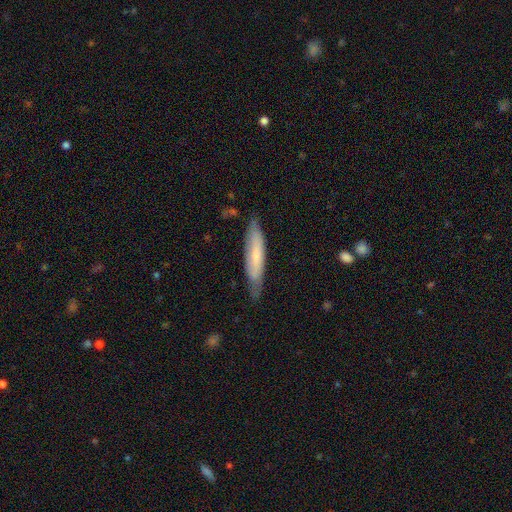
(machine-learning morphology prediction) Overall: smooth (56%; featured or disk 39%). How rounded: cigar-shaped (80%). Merging: none (71%).